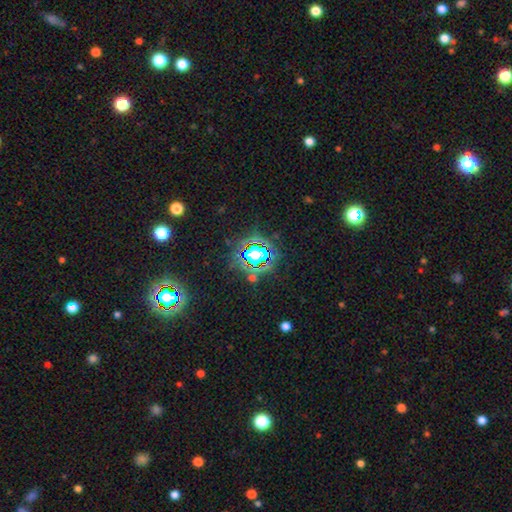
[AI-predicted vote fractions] A star or artifact, not a galaxy (80%).

Vote fractions:
- Smooth or featured? star or artifact: 80% / smooth: 12% / featured or disk: 8%